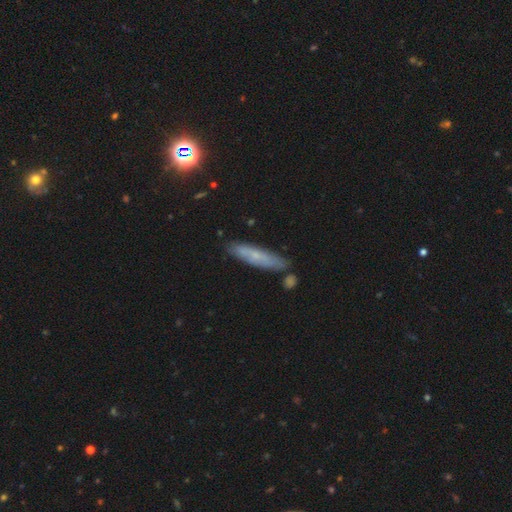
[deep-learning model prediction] Smooth or featured?
  - smooth: 57% *
  - featured or disk: 35%
  - star or artifact: 9%
How rounded?
  - cigar-shaped: 84% *
  - in between: 14%
  - round: 2%
Merging?
  - none: 78% *
  - minor disturbance: 14%
  - merger: 6%
  - major disturbance: 3%